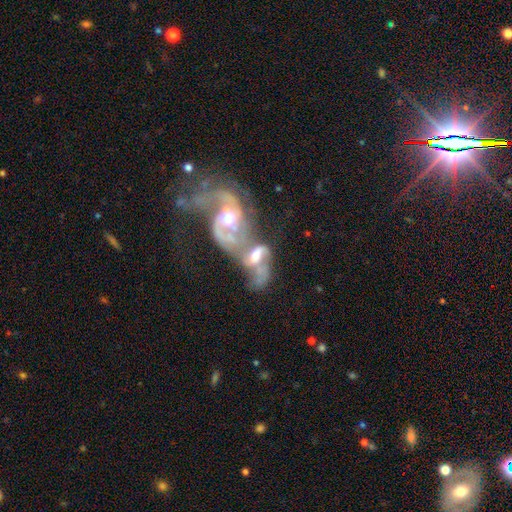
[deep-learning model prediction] Smooth or featured?
  - featured or disk: 77% *
  - smooth: 14%
  - star or artifact: 10%
Edge-on disk?
  - no: 96% *
  - yes: 4%
Bar?
  - no: 55% *
  - weak: 32%
  - strong: 13%
Spiral arms?
  - yes: 80% *
  - no: 20%
Spiral winding?
  - loose: 47% *
  - medium: 37%
  - tight: 15%
Spiral arm count?
  - 2: 60% *
  - can't tell: 20%
  - 1: 10%
  - 3: 5%
  - 4: 2%
  - more than 4: 2%
Bulge size?
  - moderate: 62% *
  - small: 15%
  - large: 15%
  - none: 6%
  - dominant: 2%
Merging?
  - merger: 77% *
  - major disturbance: 13%
  - none: 6%
  - minor disturbance: 4%